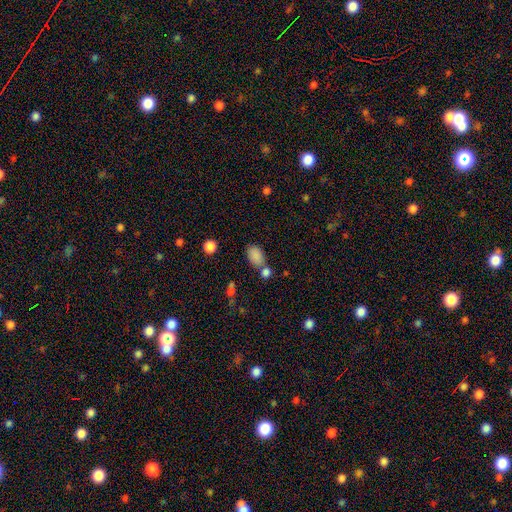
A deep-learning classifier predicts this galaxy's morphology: The model was most divided on "merging": none: 57%, merger: 25%, minor disturbance: 14%, major disturbance: 5%. More confident: how rounded — in between (88%); smooth or featured — smooth (85%).